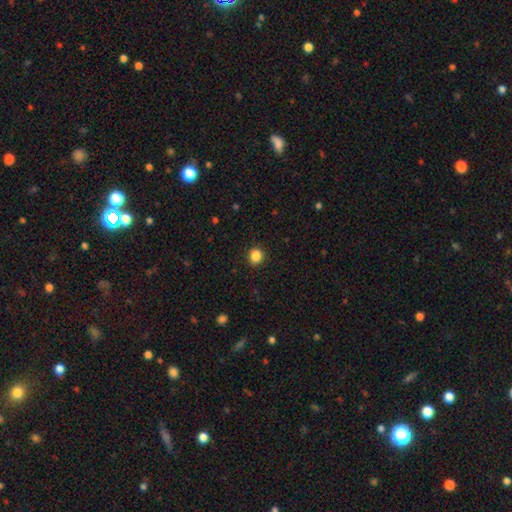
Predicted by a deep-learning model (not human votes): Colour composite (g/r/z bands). It shows a smooth galaxy with no disk features (86%) that is round (82%). Merging: none (91%).